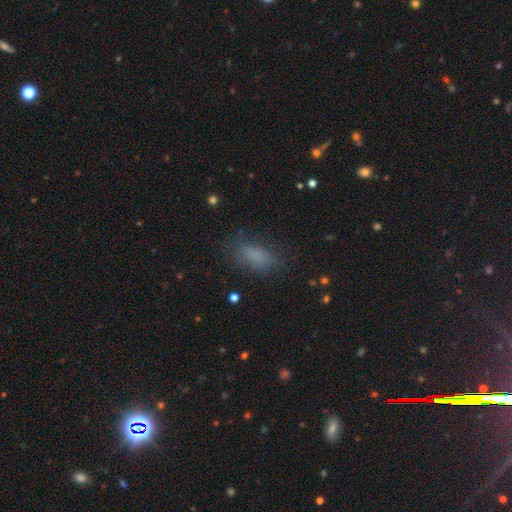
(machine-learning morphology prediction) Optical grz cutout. It shows a smooth galaxy with no disk features (78%) that is in between round and cigar-shaped (82%). Merging: none (72%).